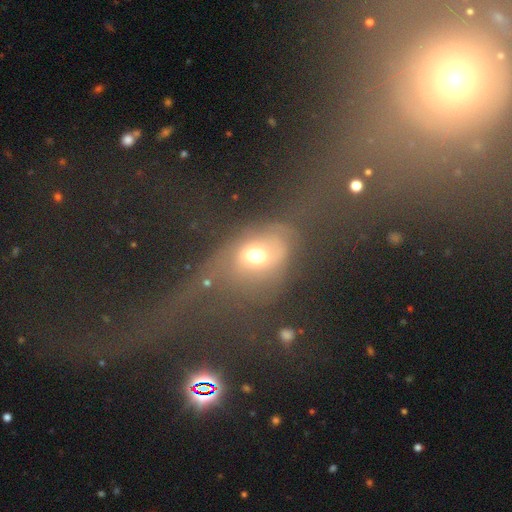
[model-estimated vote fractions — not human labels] A smooth galaxy with no disk features (51%) that is round (49%). Merging: none (39%).